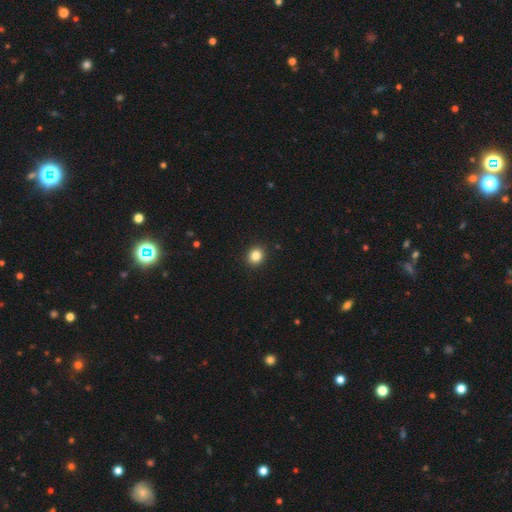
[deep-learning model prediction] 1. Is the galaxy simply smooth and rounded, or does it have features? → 85% smooth, 11% star or artifact, 5% featured or disk.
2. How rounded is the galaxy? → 79% round, 20% in between, 1% cigar-shaped.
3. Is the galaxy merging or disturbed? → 92% none, 5% minor disturbance, 2% major disturbance, 1% merger.